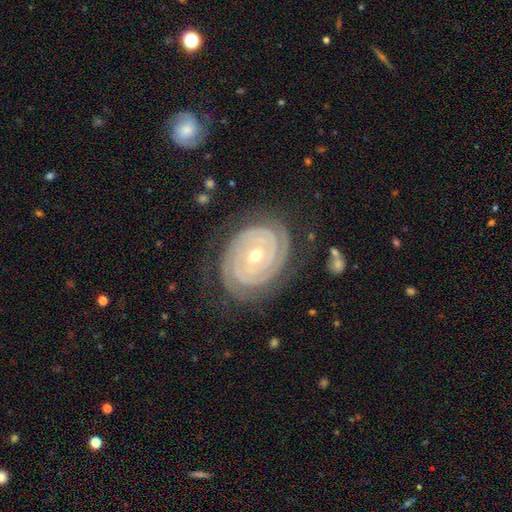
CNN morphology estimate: This appears to be a featured or disk galaxy (91%) with no bar (63%), 2 (56%) tight (90%) spiral arms (98%) and a small central bulge (51%). Merging: none (80%).